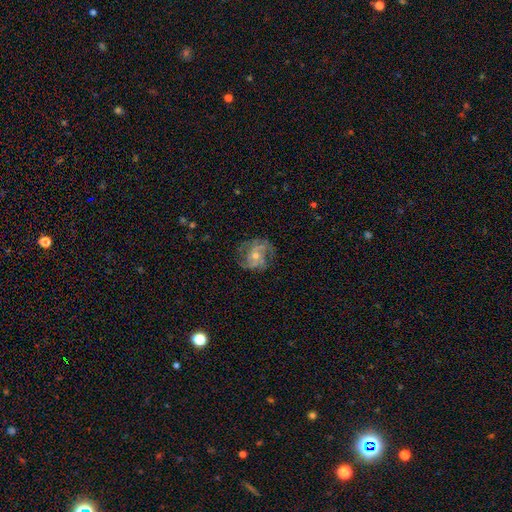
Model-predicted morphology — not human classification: type=featured or disk (74%); edge-on=no (97%); bar=no (73%); spiral arms=yes (87%); winding=tight (43%); arm count=can't tell (29%); bulge=small (51%); merging=none (69%).